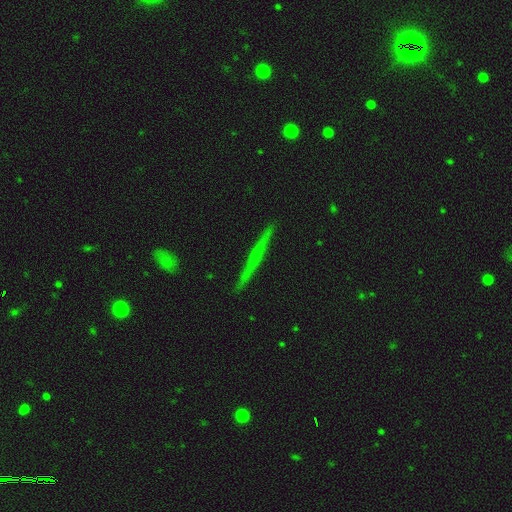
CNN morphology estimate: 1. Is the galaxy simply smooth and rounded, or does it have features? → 55% featured or disk, 36% smooth, 8% star or artifact.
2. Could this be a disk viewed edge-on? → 97% yes, 3% no.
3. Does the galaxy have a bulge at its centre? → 78% none, 16% rounded, 6% boxy.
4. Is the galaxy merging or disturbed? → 90% none, 7% minor disturbance, 1% major disturbance, 1% merger.